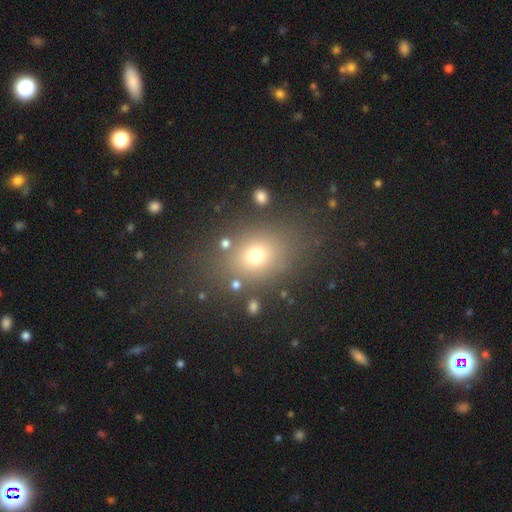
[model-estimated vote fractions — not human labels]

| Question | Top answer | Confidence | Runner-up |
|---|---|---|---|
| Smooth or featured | smooth | 68% | star or artifact (20%) |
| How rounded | in between | 56% | round (42%) |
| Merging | none | 79% | minor disturbance (11%) |